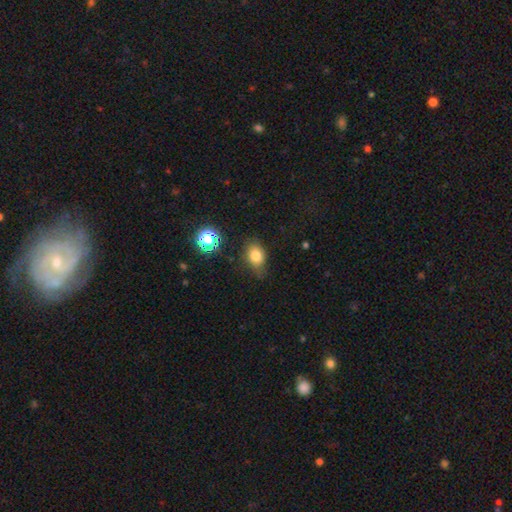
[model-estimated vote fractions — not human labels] A smooth galaxy with no disk features (78%) that is in between round and cigar-shaped (70%).

Vote fractions:
- Smooth or featured? smooth: 78% / star or artifact: 13% / featured or disk: 9%
- How rounded? in between: 70% / round: 28% / cigar-shaped: 2%
- Merging? none: 68% / minor disturbance: 24% / major disturbance: 6% / merger: 2%